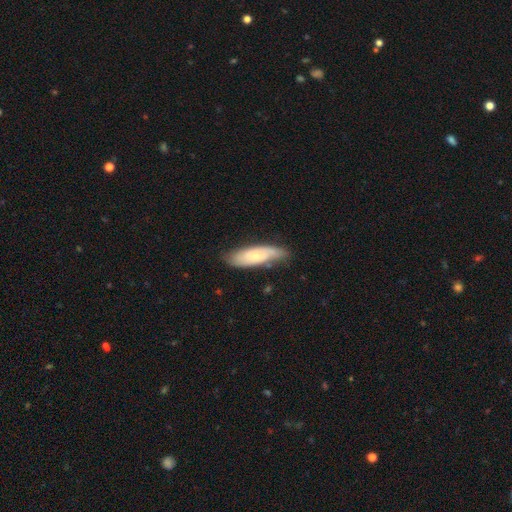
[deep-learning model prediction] Overall: smooth (54%; featured or disk 40%). How rounded: in between (55%; cigar-shaped 43%). Merging: none (71%).